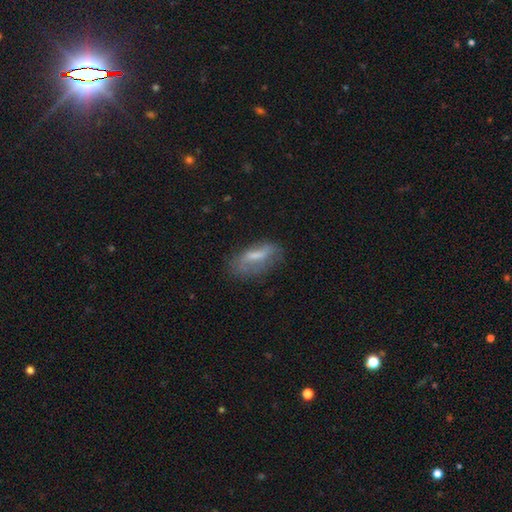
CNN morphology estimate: Smooth or featured? Predicted: smooth (p=0.50). How rounded? Predicted: in between (p=0.68). Merging? Predicted: none (p=0.55).